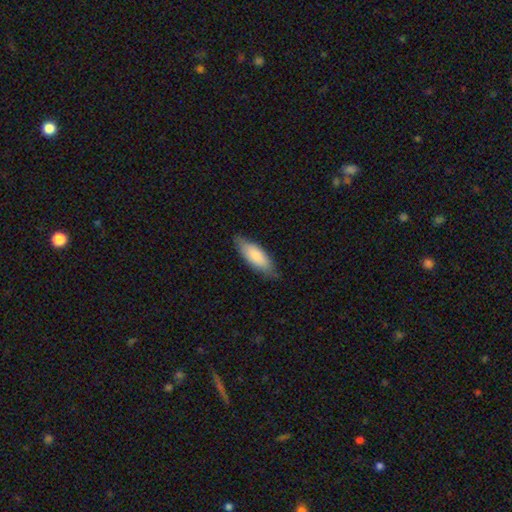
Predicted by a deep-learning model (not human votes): A smooth galaxy with no disk features (79%) that is in between round and cigar-shaped (73%). Merging: none (75%).